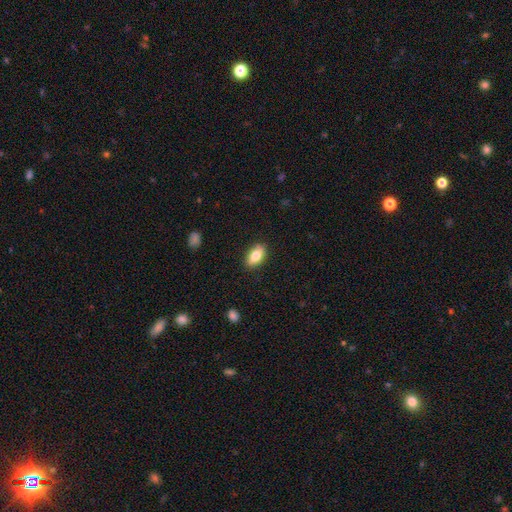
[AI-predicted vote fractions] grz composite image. It shows a smooth galaxy with no disk features (79%) that is in between round and cigar-shaped (88%). Merging: none (87%).